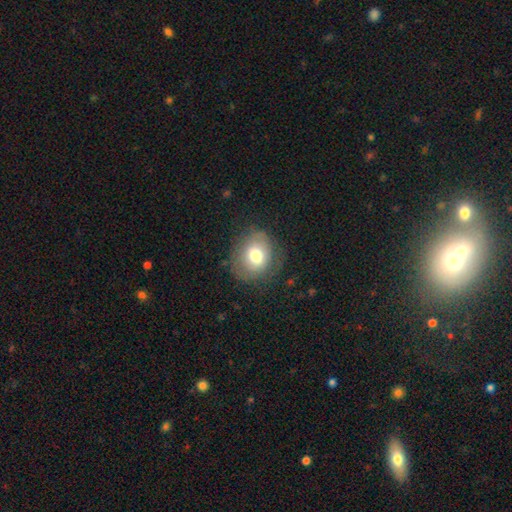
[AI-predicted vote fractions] Smooth or featured: smooth — 72% (featured or disk — 19%)
How rounded: round — 63% (in between — 36%)
Merging: none — 75% (minor disturbance — 17%)